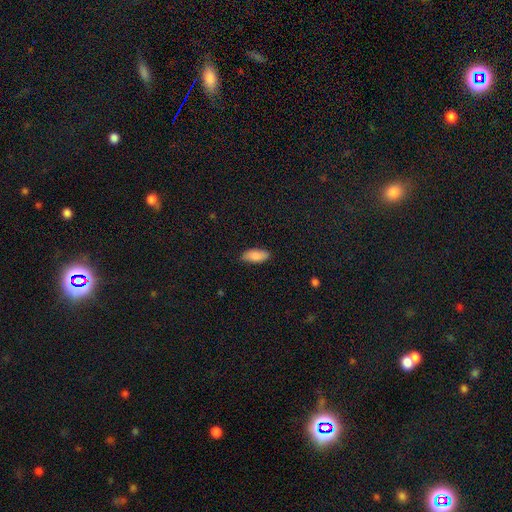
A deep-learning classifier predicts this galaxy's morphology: smooth-or-featured: smooth: 86% | featured or disk: 8% | star or artifact: 6%
  how-rounded: in between: 86% | cigar-shaped: 12% | round: 2%
  merging: none: 81% | minor disturbance: 15% | major disturbance: 3% | merger: 1%